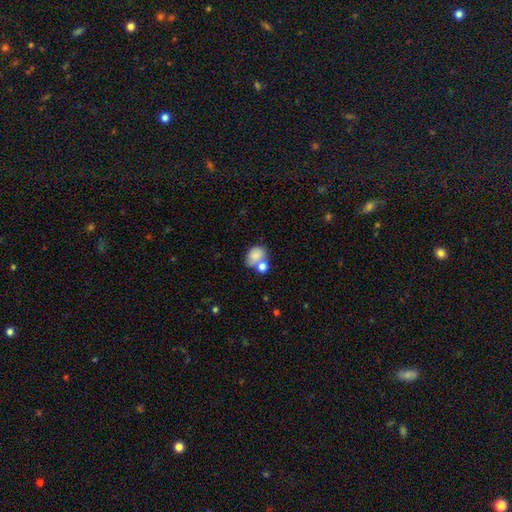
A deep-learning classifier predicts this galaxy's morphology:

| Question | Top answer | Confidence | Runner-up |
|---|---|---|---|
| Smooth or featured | smooth | 79% | featured or disk (13%) |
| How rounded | in between | 60% | round (39%) |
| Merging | merger | 47% | none (32%) |